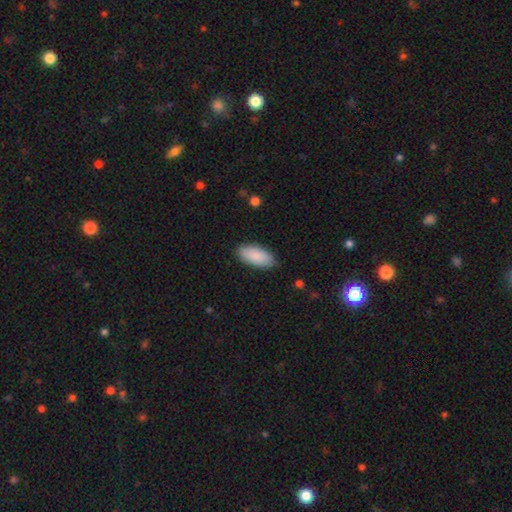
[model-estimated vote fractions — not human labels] Smooth or featured? Predicted: smooth (p=0.89). How rounded? Predicted: in between (p=0.88). Merging? Predicted: none (p=0.85).